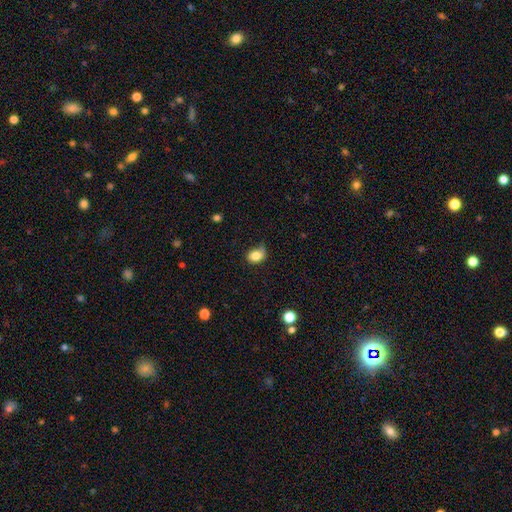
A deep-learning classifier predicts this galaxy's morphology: Smooth or featured?
  - smooth: 81% *
  - star or artifact: 9%
  - featured or disk: 9%
How rounded?
  - in between: 57% *
  - round: 42%
  - cigar-shaped: 1%
Merging?
  - none: 49% *
  - minor disturbance: 35%
  - major disturbance: 12%
  - merger: 3%